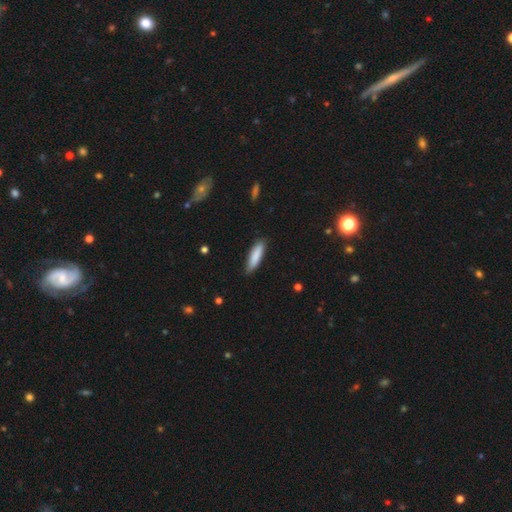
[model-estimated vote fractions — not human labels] smooth 85%, featured or disk 9%, star or artifact 6%. Down the decision tree: how rounded — cigar-shaped (69%); merging — none (82%).